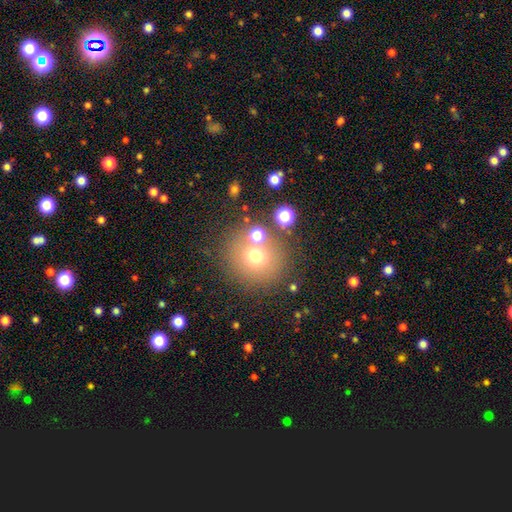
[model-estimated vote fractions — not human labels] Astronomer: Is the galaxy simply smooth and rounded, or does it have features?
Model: smooth — 68%.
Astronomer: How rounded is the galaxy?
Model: round — 92%.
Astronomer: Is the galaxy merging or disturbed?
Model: none — 74%.